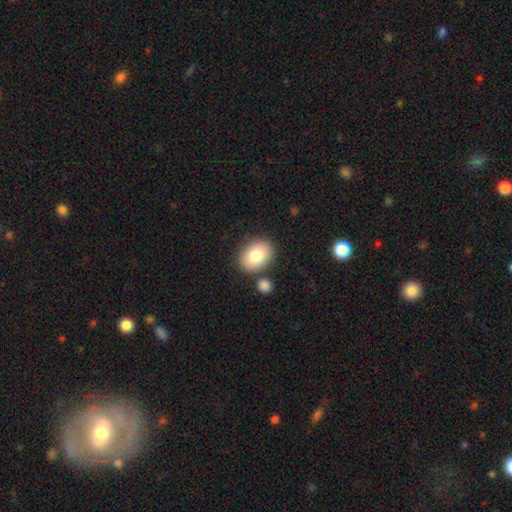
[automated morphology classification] This is clearly a smooth galaxy (82%). How rounded: likely in between (72%). Merging: likely none (77%).